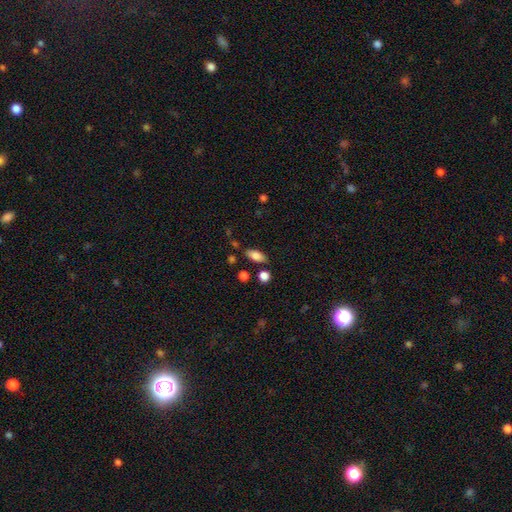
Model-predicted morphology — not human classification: smooth_or_featured: smooth (p=0.83) [alt: featured or disk p=0.09]
how_rounded: in between (p=0.86) [alt: cigar-shaped p=0.10]
merging: none (p=0.78) [alt: minor disturbance p=0.13]